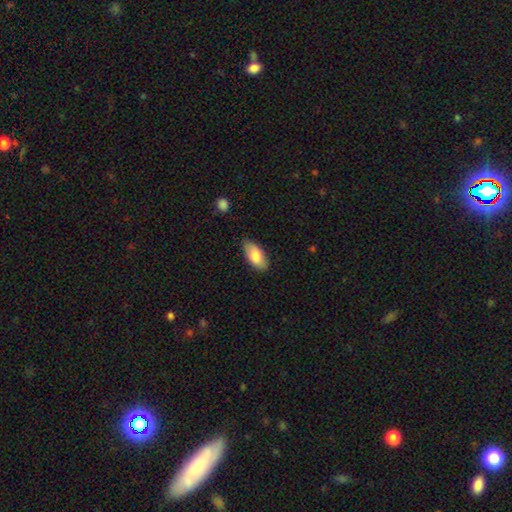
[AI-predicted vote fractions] The model was most divided on "merging": none: 76%, minor disturbance: 20%, major disturbance: 3%, merger: 1%. More confident: how rounded — in between (91%); smooth or featured — smooth (81%).